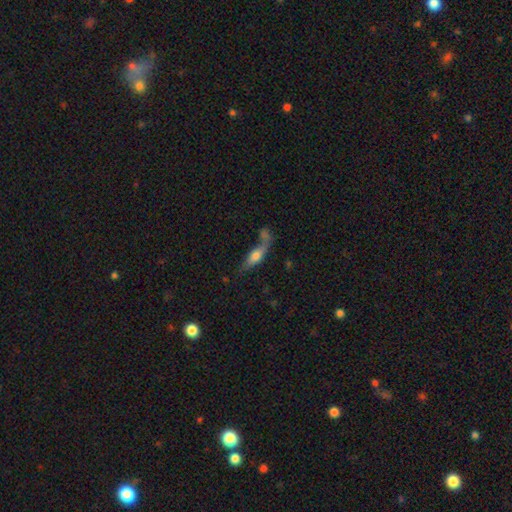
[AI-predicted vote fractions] A smooth galaxy with no disk features (60%) that is in between round and cigar-shaped (50%).

Vote fractions:
- Smooth or featured? smooth: 60% / featured or disk: 33% / star or artifact: 8%
- How rounded? in between: 50% / cigar-shaped: 45% / round: 5%
- Merging? none: 36% / merger: 34% / minor disturbance: 17% / major disturbance: 14%